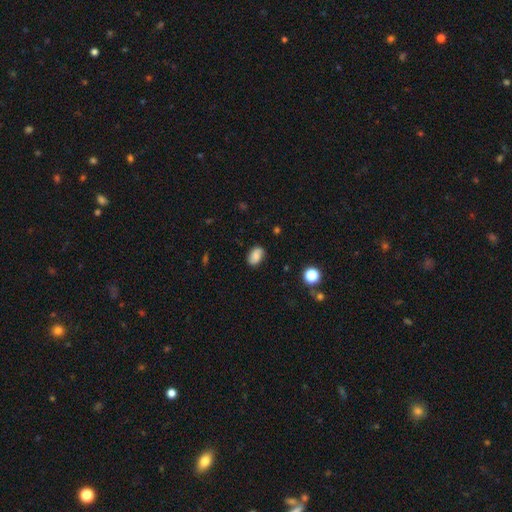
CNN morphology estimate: Overall: smooth (70%). How rounded: in between (85%). Merging: none (80%).